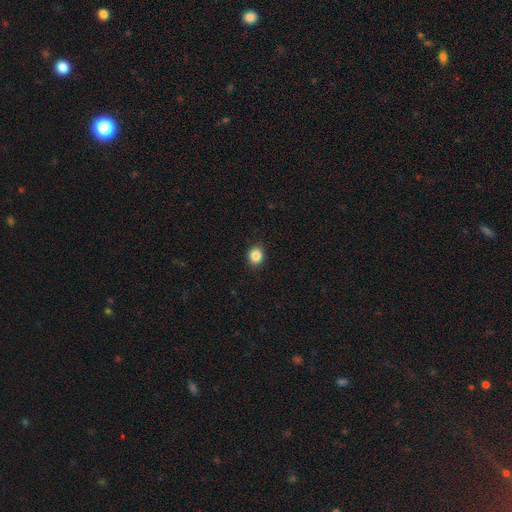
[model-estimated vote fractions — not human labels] smooth_or_featured: smooth (p=0.86) [alt: star or artifact p=0.10]
how_rounded: round (p=0.72) [alt: in between p=0.27]
merging: none (p=0.90) [alt: minor disturbance p=0.07]